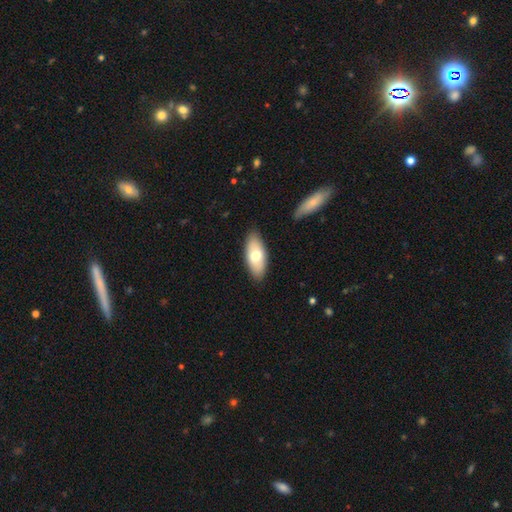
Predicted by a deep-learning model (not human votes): Smooth or featured? Predicted: smooth (p=0.67). How rounded? Predicted: in between (p=0.87). Merging? Predicted: none (p=0.86).